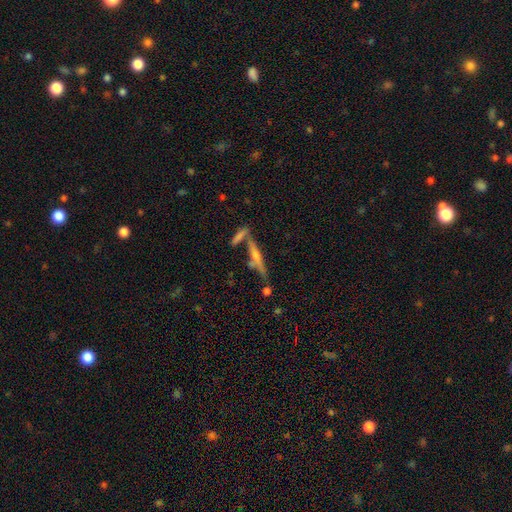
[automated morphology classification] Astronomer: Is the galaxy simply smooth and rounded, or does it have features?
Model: featured or disk — 68%.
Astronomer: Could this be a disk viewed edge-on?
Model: yes — 87%.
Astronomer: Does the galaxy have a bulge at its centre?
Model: rounded — 84%.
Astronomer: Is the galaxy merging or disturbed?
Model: none — 62%.